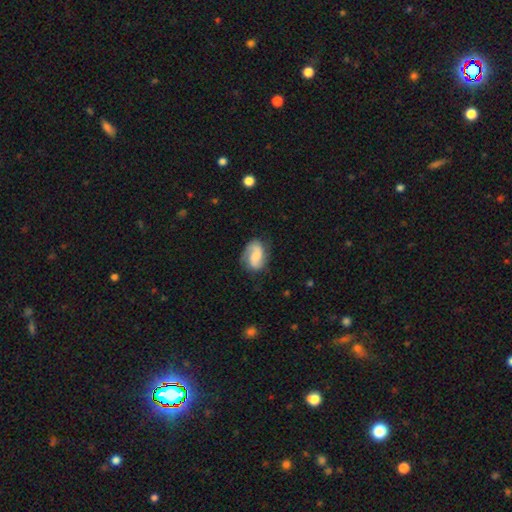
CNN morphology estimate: A featured or disk galaxy (73%) with no bar (47%), 2 (82%) medium (46%) spiral arms (95%) and a small central bulge (34%). Merging: none (72%).